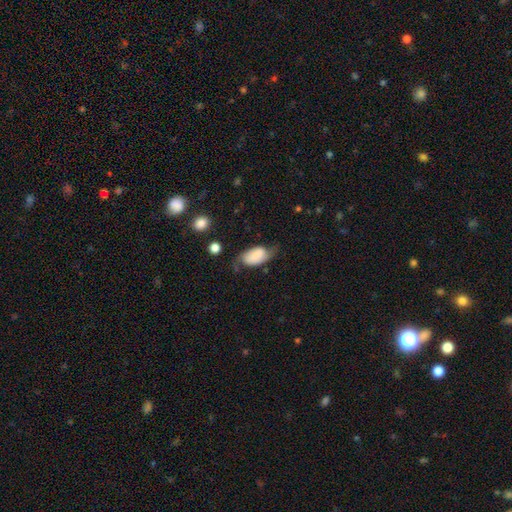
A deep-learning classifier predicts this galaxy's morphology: smooth-or-featured: smooth: 65% | featured or disk: 27% | star or artifact: 8%
  how-rounded: in between: 93% | round: 5% | cigar-shaped: 2%
  merging: none: 51% | minor disturbance: 32% | major disturbance: 14% | merger: 3%